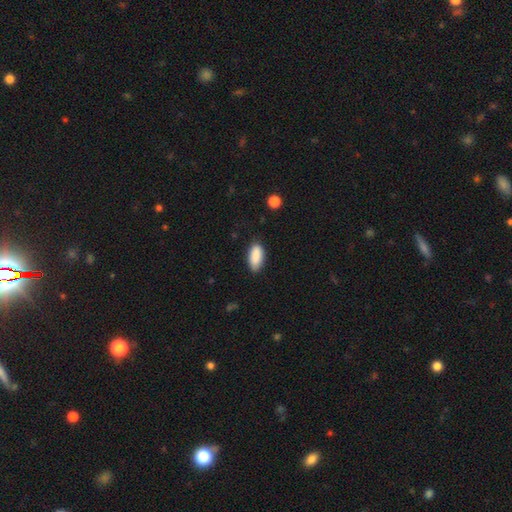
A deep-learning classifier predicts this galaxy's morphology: Overall: smooth (89%). How rounded: in between (89%). Merging: none (81%).